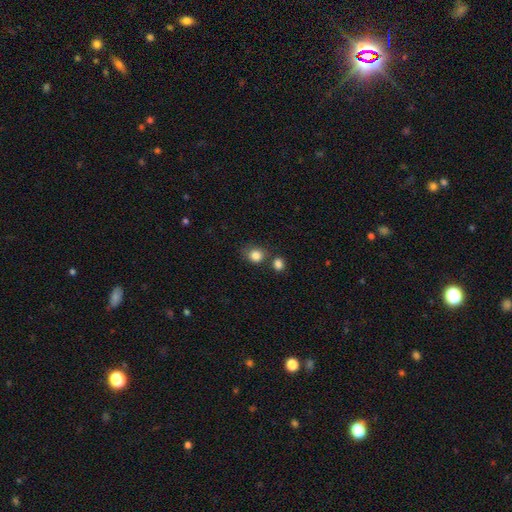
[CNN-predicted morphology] This appears to be a smooth galaxy with no disk features (84%) that is round (70%). Merging: none (61%).